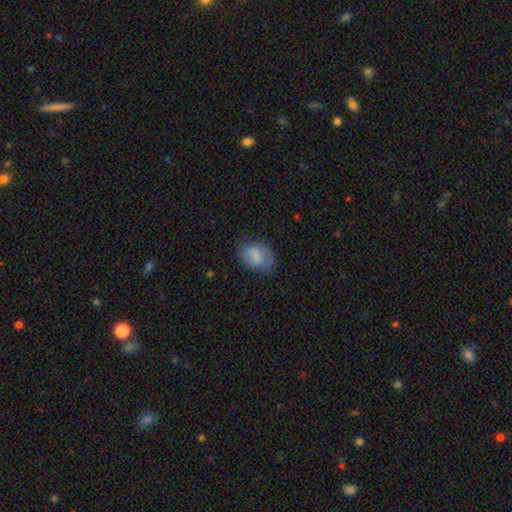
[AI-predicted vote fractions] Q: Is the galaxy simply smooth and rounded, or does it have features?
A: smooth — 77%.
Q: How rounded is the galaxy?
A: in between — 72%.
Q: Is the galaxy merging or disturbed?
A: none — 67%.